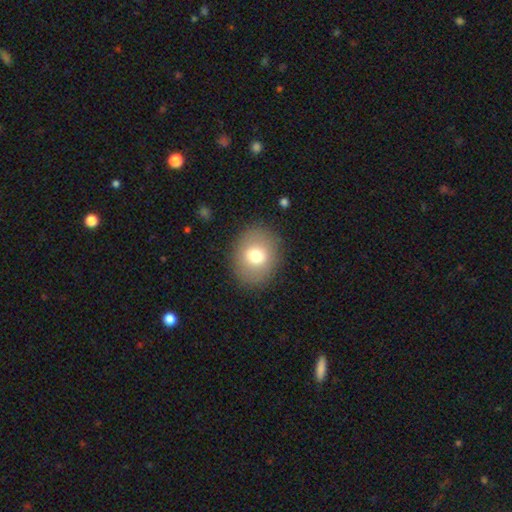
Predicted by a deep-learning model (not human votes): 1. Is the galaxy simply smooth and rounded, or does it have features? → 73% smooth, 18% featured or disk, 9% star or artifact.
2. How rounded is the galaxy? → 61% round, 38% in between, 1% cigar-shaped.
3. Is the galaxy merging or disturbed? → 87% none, 8% minor disturbance, 4% major disturbance, 1% merger.